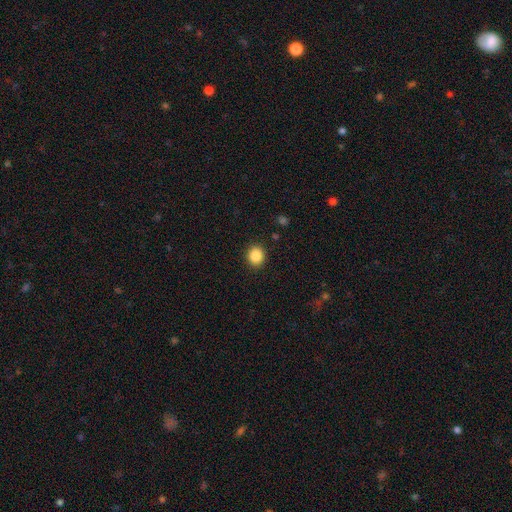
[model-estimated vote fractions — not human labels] Smooth or featured? Predicted: smooth (p=0.88). How rounded? Predicted: round (p=0.76). Merging? Predicted: none (p=0.90).